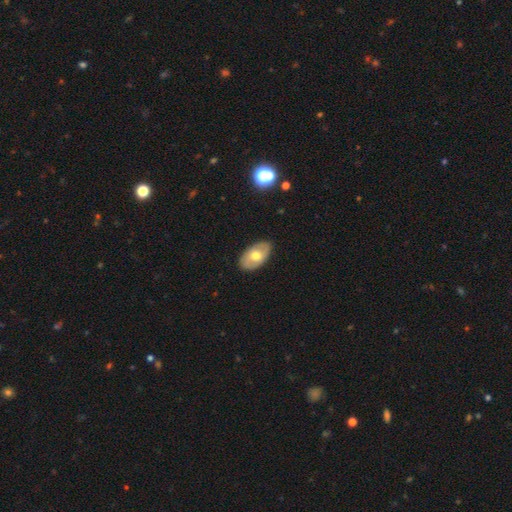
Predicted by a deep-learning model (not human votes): Morphology: type=smooth (55%); roundness=in between (92%); merging=none (84%).